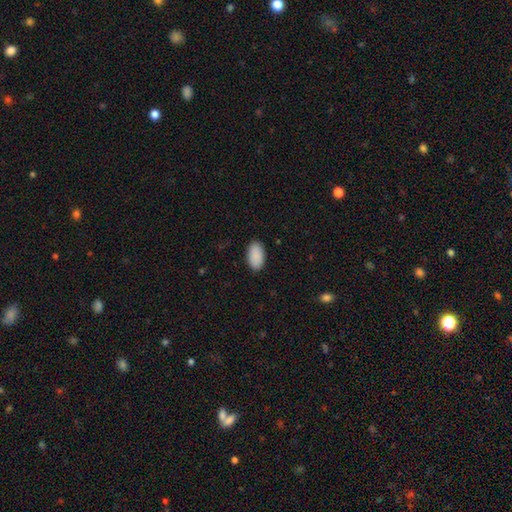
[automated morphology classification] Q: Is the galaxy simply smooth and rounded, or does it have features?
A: smooth — 91%.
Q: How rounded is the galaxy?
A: in between — 95%.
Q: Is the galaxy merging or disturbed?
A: none — 89%.